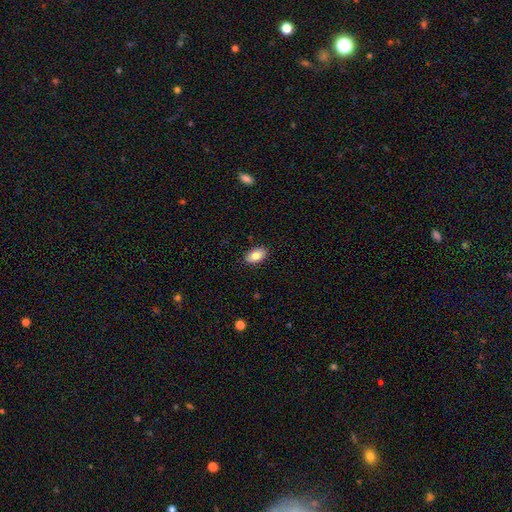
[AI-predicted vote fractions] This appears to be a smooth galaxy with no disk features (85%) that is in between round and cigar-shaped (93%). Merging: none (88%).